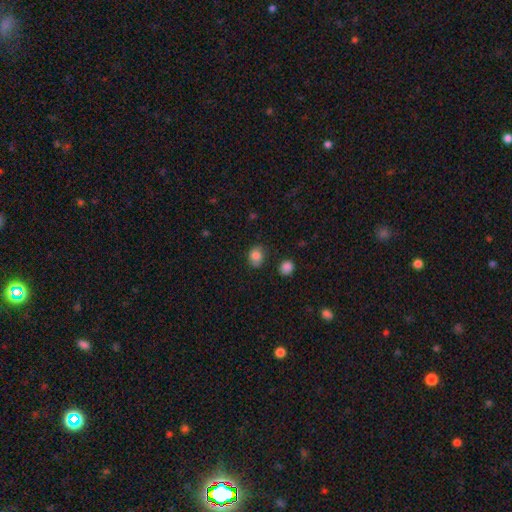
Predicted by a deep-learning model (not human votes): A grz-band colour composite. It shows a smooth galaxy with no disk features (81%) that is round (53%). Merging: none (64%).